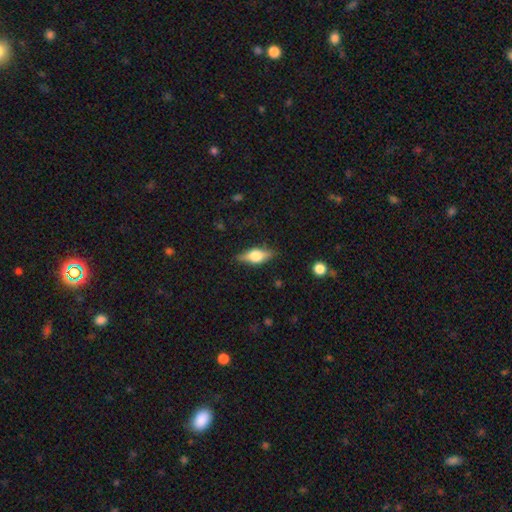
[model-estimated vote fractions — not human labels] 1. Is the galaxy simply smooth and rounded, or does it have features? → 50% featured or disk, 42% smooth, 7% star or artifact.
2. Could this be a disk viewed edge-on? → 92% yes, 8% no.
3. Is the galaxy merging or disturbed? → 84% none, 12% minor disturbance, 3% major disturbance, 1% merger.